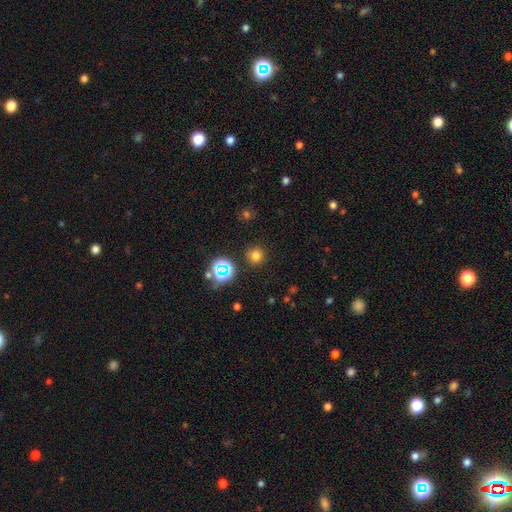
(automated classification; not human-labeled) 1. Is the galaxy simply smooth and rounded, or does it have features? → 71% smooth, 23% star or artifact, 6% featured or disk.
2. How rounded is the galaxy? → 93% round, 6% in between, 1% cigar-shaped.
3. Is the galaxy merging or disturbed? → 87% none, 7% minor disturbance, 3% major disturbance, 2% merger.